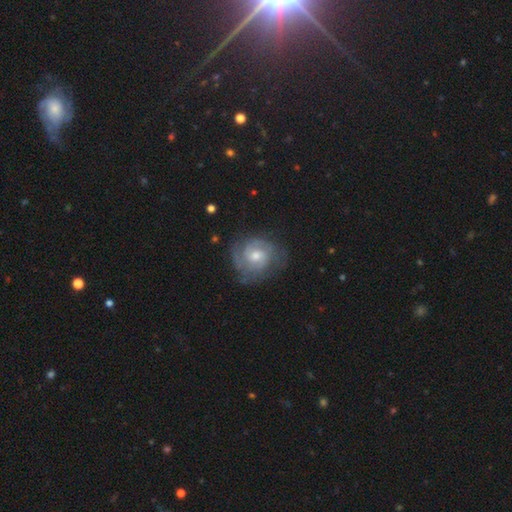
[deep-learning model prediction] smooth-or-featured: featured or disk: 81% | smooth: 12% | star or artifact: 7%
  disk-edge-on: no: 98% | yes: 2%
    bar: no: 59% | weak: 35% | strong: 5%
    has-spiral-arms: yes: 95% | no: 5%
      spiral-winding: tight: 63% | medium: 31% | loose: 7%
      spiral-arm-count: 2: 43% | can't tell: 23% | 3: 20% | 1: 5% | 4: 5% | more than 4: 4%
    bulge-size: moderate: 61% | small: 32% | large: 5% | none: 2% | dominant: 1%
  merging: none: 75% | minor disturbance: 17% | major disturbance: 7% | merger: 1%